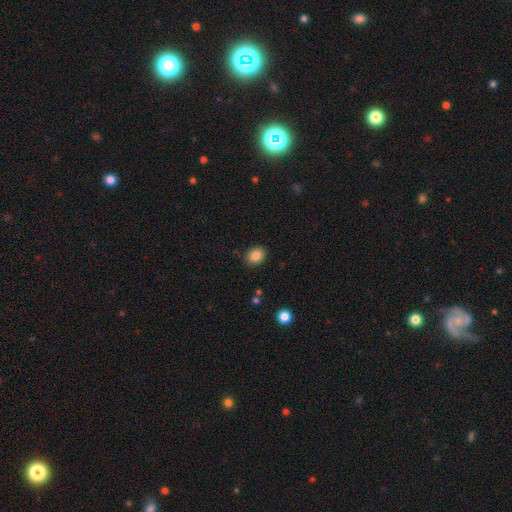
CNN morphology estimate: Smooth or featured? Predicted: smooth (p=0.85). How rounded? Predicted: in between (p=0.58). Merging? Predicted: none (p=0.87).